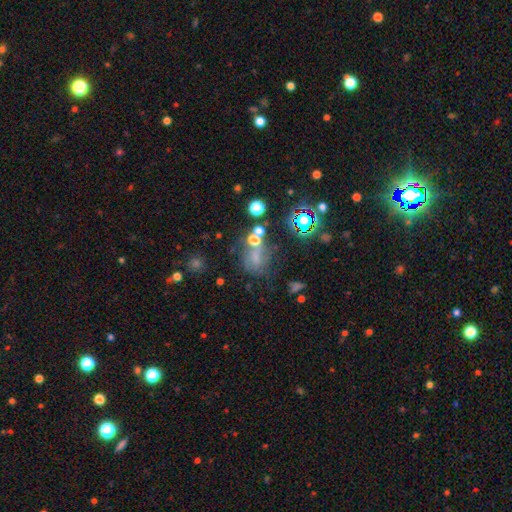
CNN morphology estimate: smooth-or-featured: smooth: 44% | star or artifact: 33% | featured or disk: 23%
  merging: none: 41% | major disturbance: 21% | minor disturbance: 20% | merger: 19%